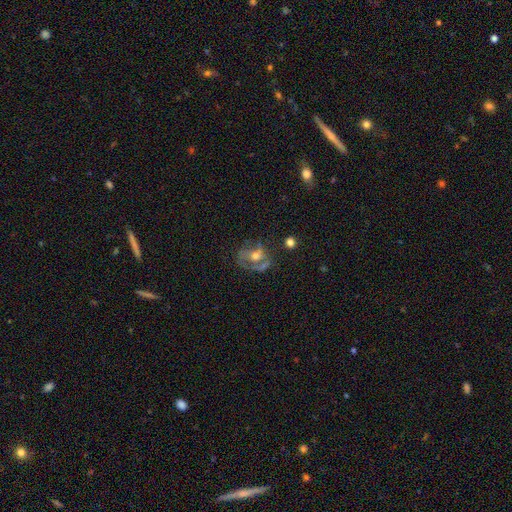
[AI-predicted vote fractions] This appears to be a featured or disk galaxy (64%) with no bar (63%), spiral arms (62%) and a moderate central bulge (66%). Merging: none (42%).